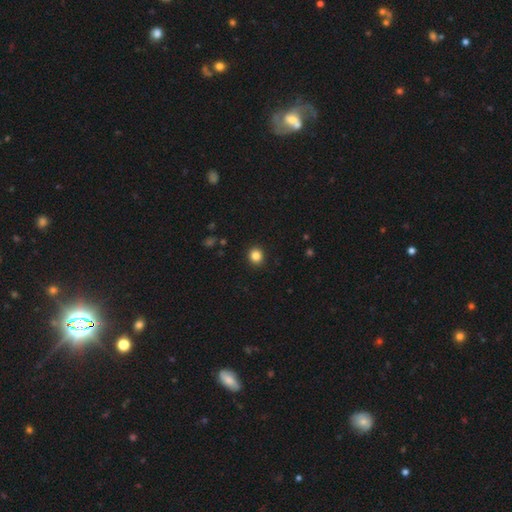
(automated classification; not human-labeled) smooth_or_featured: smooth (p=0.85) [alt: star or artifact p=0.11]
how_rounded: round (p=0.86) [alt: in between p=0.14]
merging: none (p=0.92) [alt: minor disturbance p=0.05]